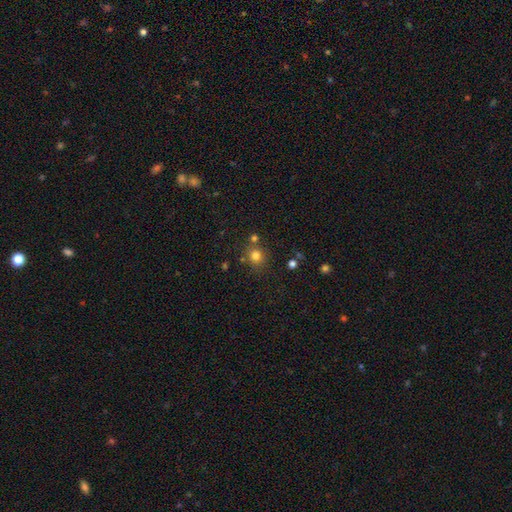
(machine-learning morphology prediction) smooth 78%, star or artifact 15%, featured or disk 6%. Down the decision tree: how rounded — round (86%); merging — none (75%).